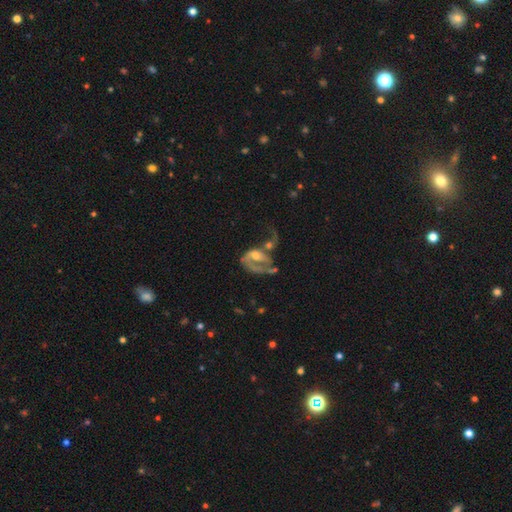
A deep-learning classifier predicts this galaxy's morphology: Q: Smooth or featured?
A: featured or disk (70%); runner-up: smooth (21%)
Q: Edge-on disk?
A: no (97%); runner-up: yes (3%)
Q: Bar?
A: no (61%); runner-up: weak (31%)
Q: Spiral arms?
A: yes (69%); runner-up: no (31%)
Q: Bulge size?
A: moderate (53%); runner-up: small (25%)
Q: Merging?
A: merger (42%); runner-up: major disturbance (34%)